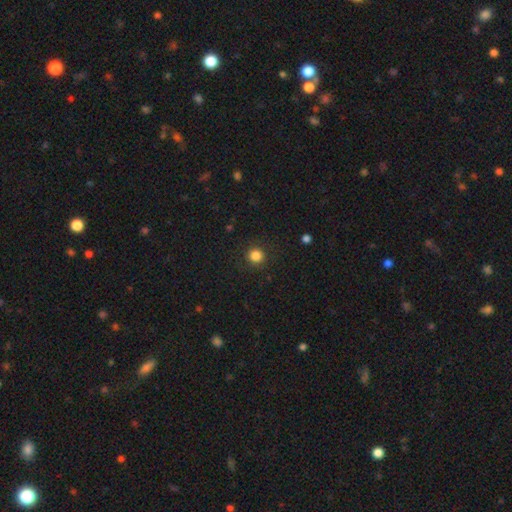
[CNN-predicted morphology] smooth_or_featured: smooth (p=0.84) [alt: star or artifact p=0.12]
how_rounded: round (p=0.93) [alt: in between p=0.06]
merging: none (p=0.89) [alt: minor disturbance p=0.07]